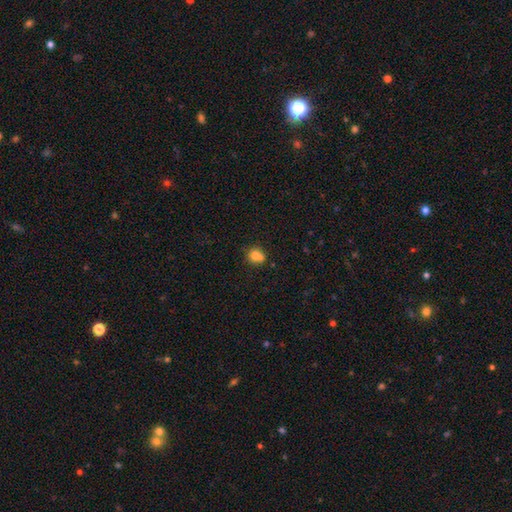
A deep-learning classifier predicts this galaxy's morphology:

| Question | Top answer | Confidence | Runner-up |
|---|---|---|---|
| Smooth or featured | smooth | 76% | featured or disk (12%) |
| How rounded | round | 75% | in between (23%) |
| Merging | none | 49% | merger (29%) |